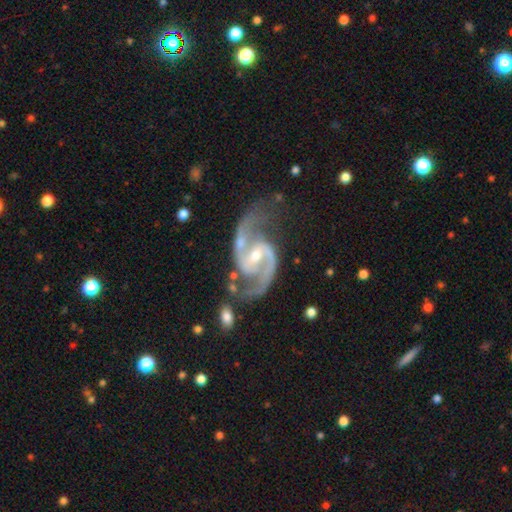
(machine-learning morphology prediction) This is clearly a featured or disk galaxy (93%). It is clearly not viewed edge-on (98%). Bar: possibly weak (46%). Spiral arm pattern: clearly yes (98%). Spiral arm count: clearly 2 (94%). Spiral winding: likely medium (63%). Central bulge: possibly small (51%). Merging: likely none (65%).